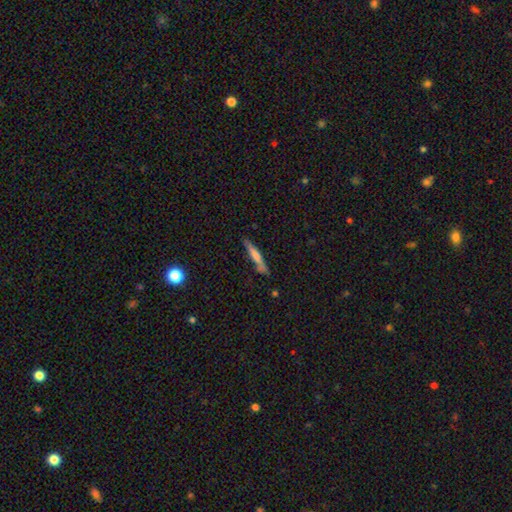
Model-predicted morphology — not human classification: type=smooth (59%); roundness=cigar-shaped (93%); merging=none (80%).